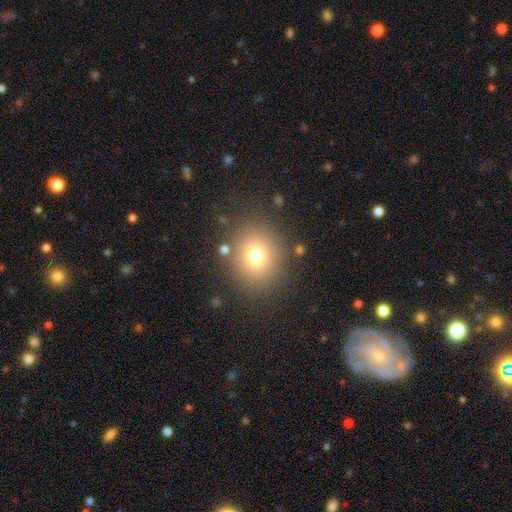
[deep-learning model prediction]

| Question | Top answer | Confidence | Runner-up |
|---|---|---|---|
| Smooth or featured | smooth | 72% | star or artifact (16%) |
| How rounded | round | 76% | in between (23%) |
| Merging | none | 82% | minor disturbance (10%) |